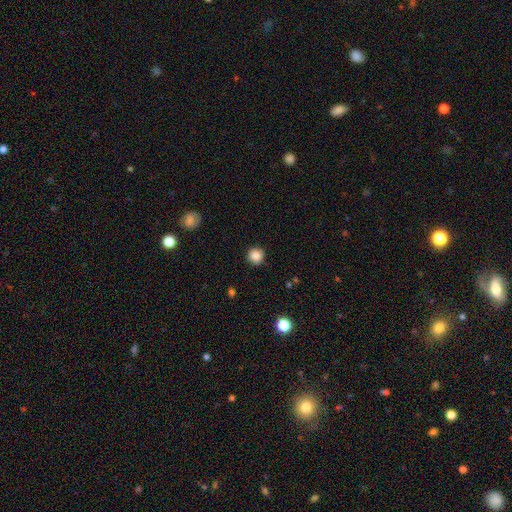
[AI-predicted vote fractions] Smooth or featured: smooth — 86% (star or artifact — 11%)
How rounded: round — 95% (in between — 5%)
Merging: none — 90% (minor disturbance — 7%)